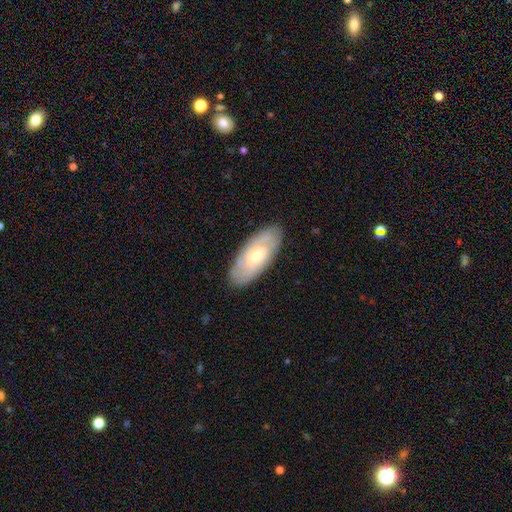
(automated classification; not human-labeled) A featured or disk galaxy (55%).

Vote fractions:
- Smooth or featured? featured or disk: 55% / smooth: 39% / star or artifact: 6%
- Edge-on disk? no: 86% / yes: 14%
- Merging? none: 85% / minor disturbance: 12% / major disturbance: 3% / merger: 1%